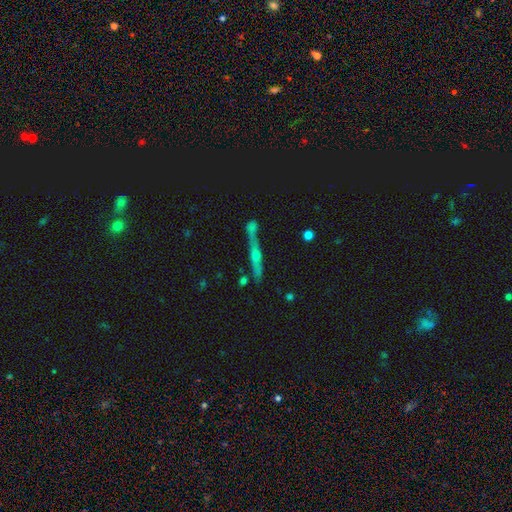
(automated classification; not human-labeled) Overall: featured or disk (68%). Edge-on disk: yes (93%). Edge-on bulge: rounded (78%). Merging: none (69%).